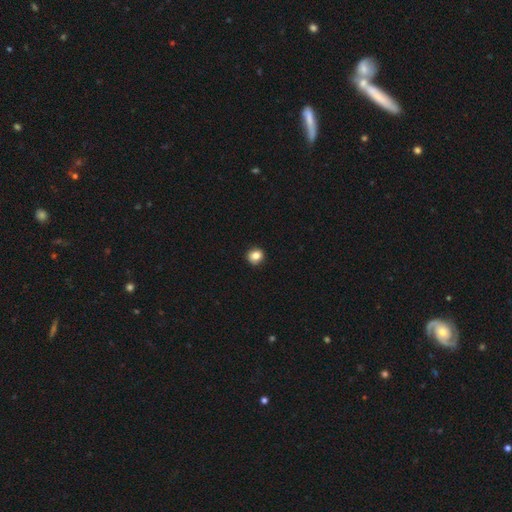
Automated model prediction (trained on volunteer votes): smooth 83%, star or artifact 10%, featured or disk 6%. Down the decision tree: how rounded — round (85%); merging — none (89%).